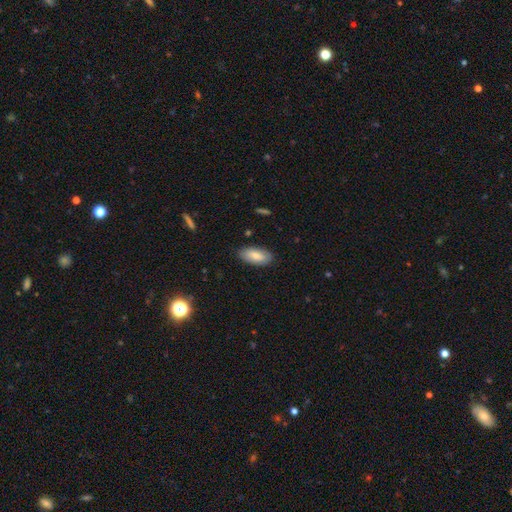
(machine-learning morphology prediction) A smooth galaxy with no disk features (82%) that is in between round and cigar-shaped (91%). Merging: none (85%).